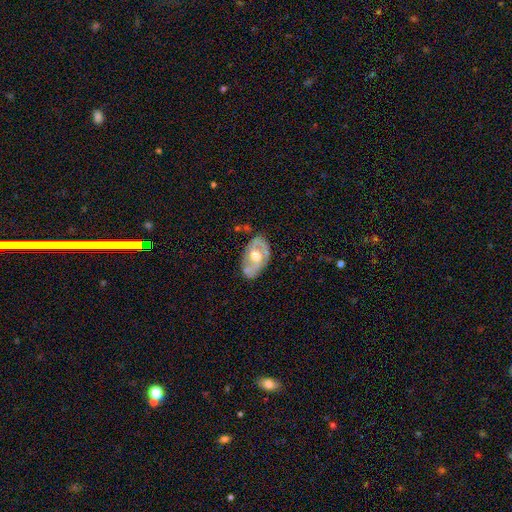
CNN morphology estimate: The model was most divided on "spiral arms": yes: 57%, no: 43%. More confident: edge-on disk — no (92%); smooth or featured — featured or disk (69%); bulge size — moderate (67%); bar — no (67%); merging — none (64%).